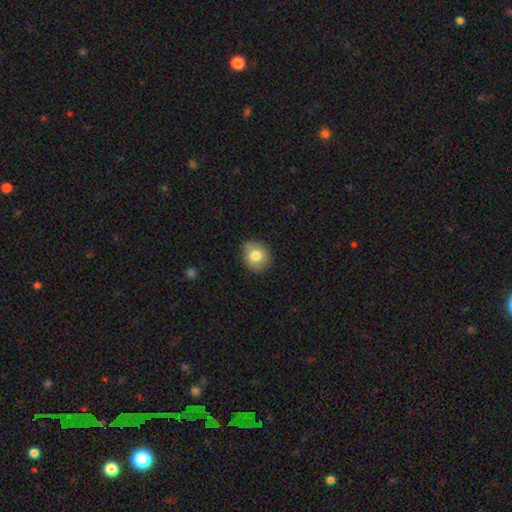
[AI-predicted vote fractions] smooth 79%, featured or disk 12%, star or artifact 9%. Down the decision tree: how rounded — round (77%); merging — none (71%).